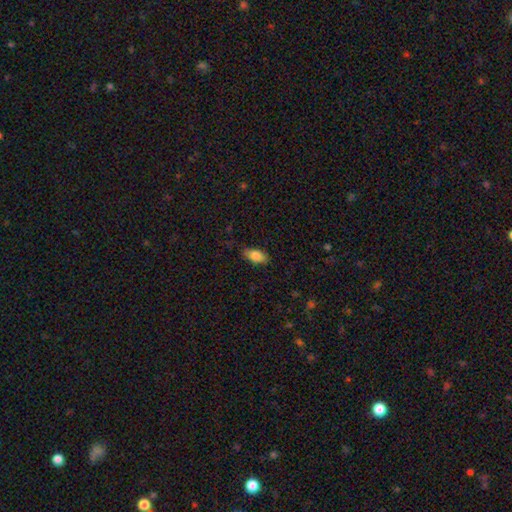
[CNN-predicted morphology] A smooth galaxy with no disk features (81%) that is in between round and cigar-shaped (87%).

Vote fractions:
- Smooth or featured? smooth: 81% / featured or disk: 12% / star or artifact: 8%
- How rounded? in between: 87% / cigar-shaped: 8% / round: 5%
- Merging? none: 77% / minor disturbance: 18% / major disturbance: 4% / merger: 1%